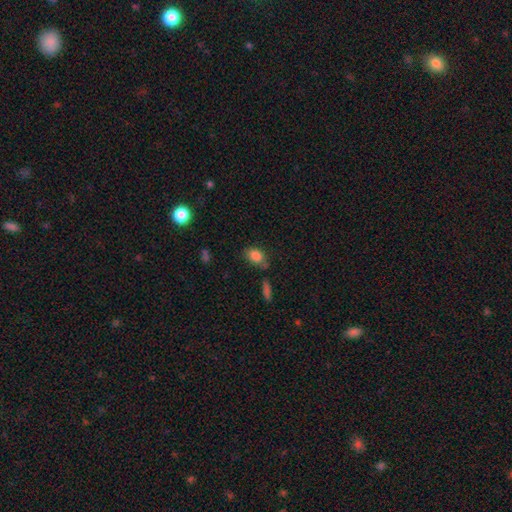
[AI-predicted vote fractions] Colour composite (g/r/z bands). It shows a smooth galaxy with no disk features (84%) that is in between round and cigar-shaped (76%). Merging: none (64%).